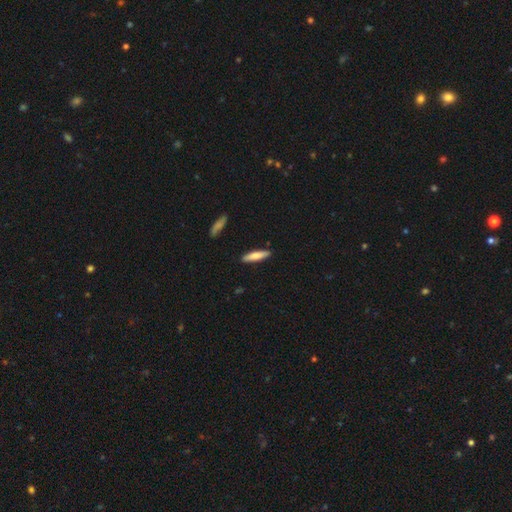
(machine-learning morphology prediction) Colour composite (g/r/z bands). It shows a smooth galaxy with no disk features (73%) that is cigar-shaped (79%). Merging: none (88%).